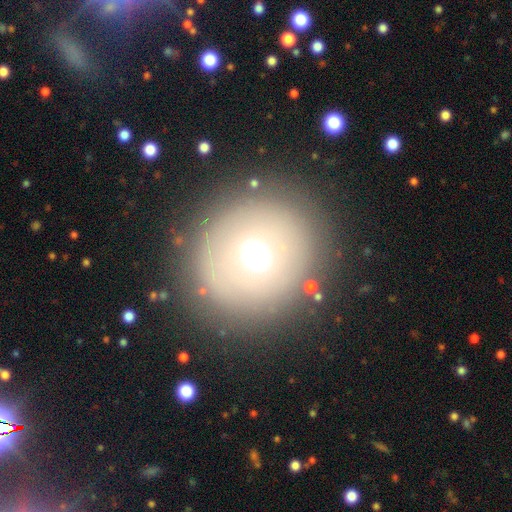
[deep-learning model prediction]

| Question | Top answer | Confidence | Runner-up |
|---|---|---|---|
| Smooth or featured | smooth | 50% | featured or disk (28%) |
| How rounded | round | 85% | in between (14%) |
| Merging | none | 81% | minor disturbance (10%) |